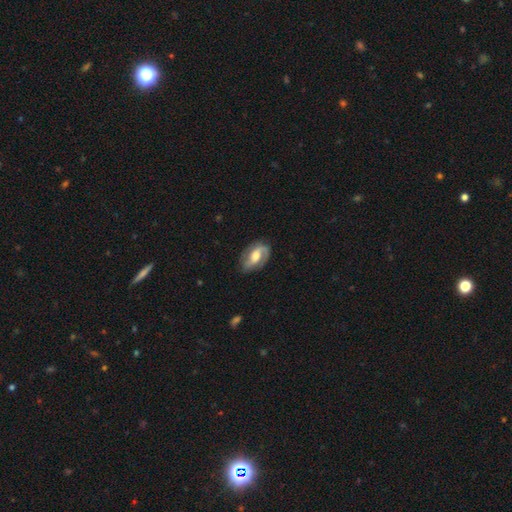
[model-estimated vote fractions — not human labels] smooth-or-featured: featured or disk: 77% | smooth: 18% | star or artifact: 5%
  disk-edge-on: no: 95% | yes: 5%
    bar: weak: 41% | no: 32% | strong: 26%
    has-spiral-arms: yes: 92% | no: 8%
      spiral-winding: medium: 44% | loose: 33% | tight: 23%
      spiral-arm-count: 2: 78% | 1: 13% | can't tell: 6% | 3: 1% | 4: 1% | more than 4: 1%
    bulge-size: moderate: 65% | small: 16% | large: 16% | none: 2% | dominant: 1%
  merging: none: 73% | minor disturbance: 19% | major disturbance: 7% | merger: 1%